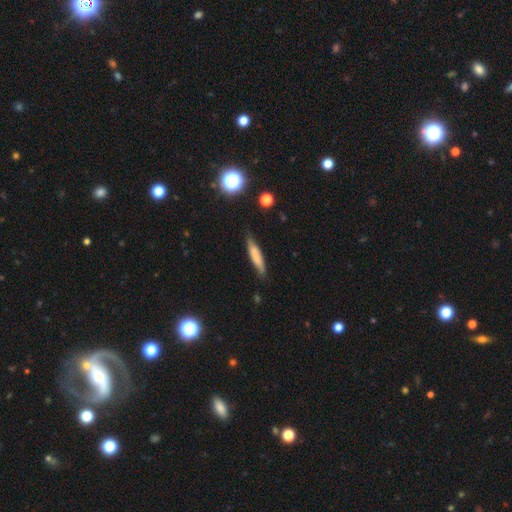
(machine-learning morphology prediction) A smooth galaxy with no disk features (72%) that is cigar-shaped (82%). Merging: none (75%).